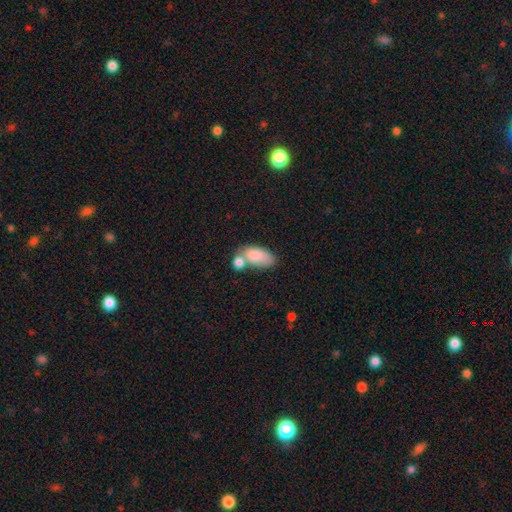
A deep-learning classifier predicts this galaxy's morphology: This is clearly a smooth galaxy (82%). How rounded: clearly in between (91%). Merging: marginally merger (44%).